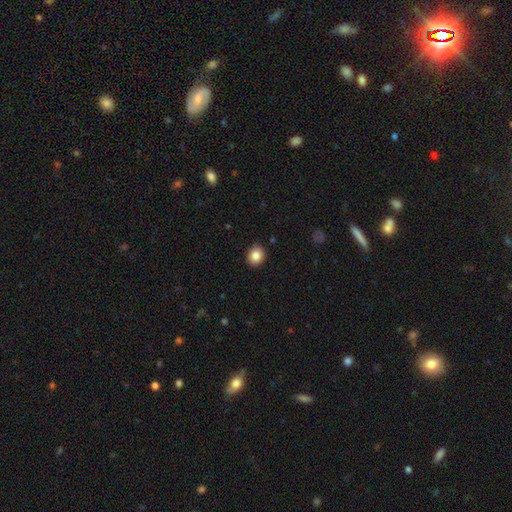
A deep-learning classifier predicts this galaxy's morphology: Smooth or featured? smooth (85%)
How rounded? round (62%)
Merging? none (89%)